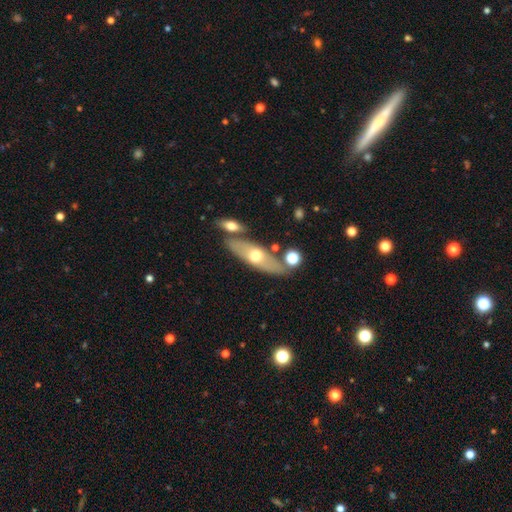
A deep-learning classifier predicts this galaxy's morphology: smooth_or_featured: smooth (p=0.48) [alt: featured or disk p=0.46]
merging: none (p=0.72) [alt: minor disturbance p=0.12]